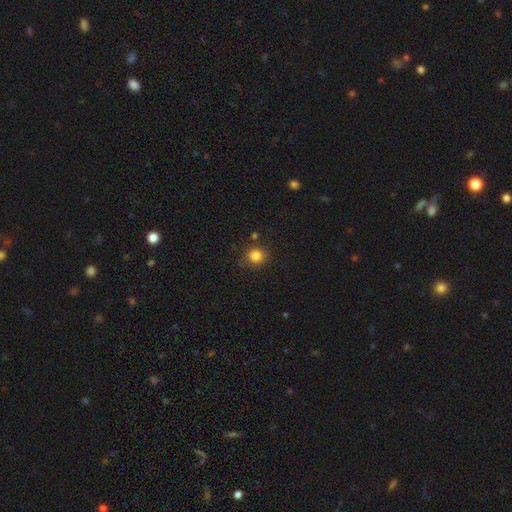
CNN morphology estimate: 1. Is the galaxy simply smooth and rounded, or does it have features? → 83% smooth, 12% star or artifact, 5% featured or disk.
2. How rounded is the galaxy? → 89% round, 10% in between, 1% cigar-shaped.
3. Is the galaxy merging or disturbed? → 83% none, 11% minor disturbance, 3% merger, 3% major disturbance.